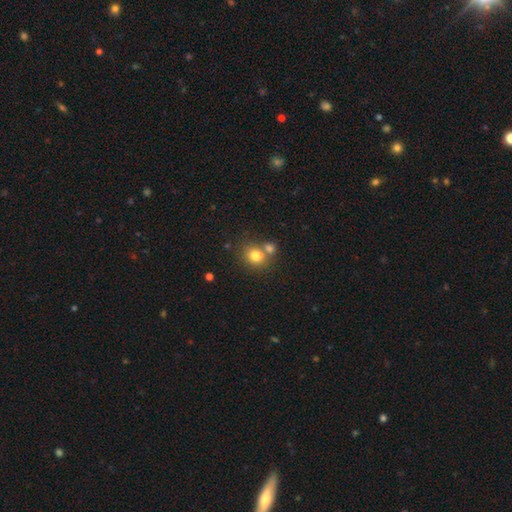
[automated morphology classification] Smooth or featured: smooth — 77% (star or artifact — 13%)
How rounded: round — 72% (in between — 28%)
Merging: none — 52% (merger — 35%)